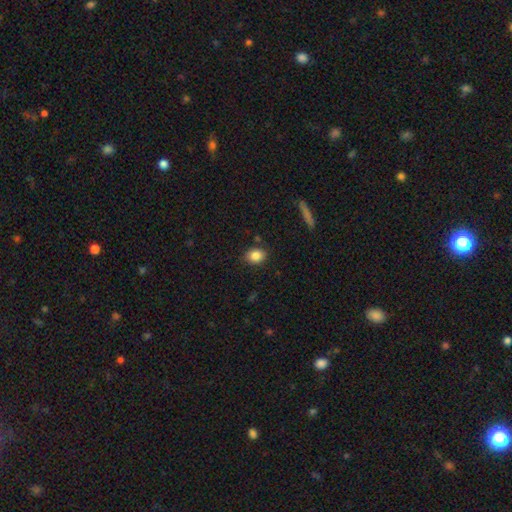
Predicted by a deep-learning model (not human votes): Smooth or featured? smooth (86%)
How rounded? in between (57%)
Merging? none (85%)